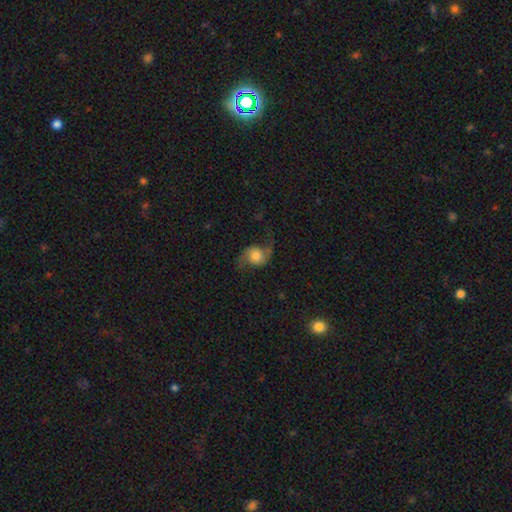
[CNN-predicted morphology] smooth_or_featured: featured or disk (p=0.70) [alt: smooth p=0.22]
disk_edge_on: no (p=0.96) [alt: yes p=0.04]
bar: no (p=0.70) [alt: weak p=0.25]
has_spiral_arms: yes (p=0.94) [alt: no p=0.06]
spiral_winding: loose (p=0.82) [alt: medium p=0.15]
spiral_arm_count: 2 (p=0.92) [alt: 1 p=0.04]
bulge_size: moderate (p=0.44) [alt: large p=0.32]
merging: none (p=0.66) [alt: minor disturbance p=0.17]